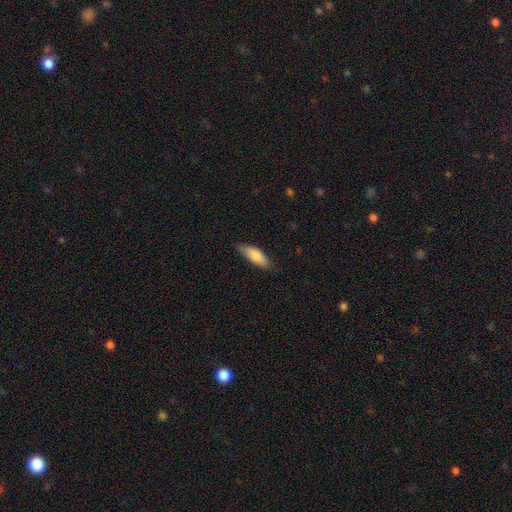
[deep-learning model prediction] smooth_or_featured: smooth (p=0.83) [alt: featured or disk p=0.11]
how_rounded: in between (p=0.64) [alt: cigar-shaped p=0.34]
merging: none (p=0.75) [alt: minor disturbance p=0.21]